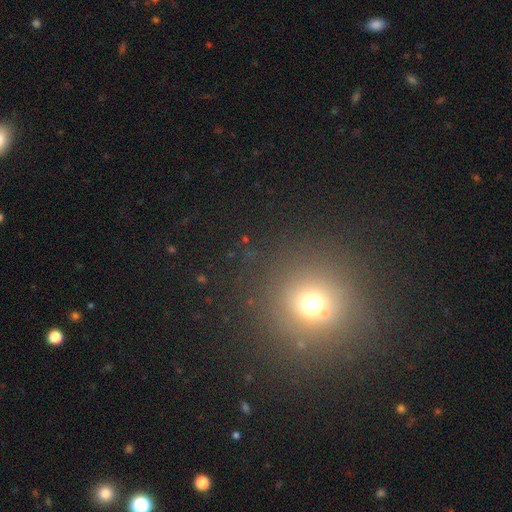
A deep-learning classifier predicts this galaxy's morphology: Smooth or featured: smooth — 55% (star or artifact — 35%)
How rounded: round — 91% (in between — 8%)
Merging: none — 91% (minor disturbance — 5%)